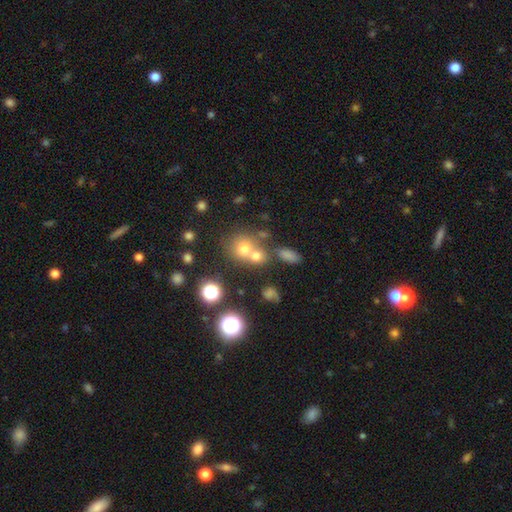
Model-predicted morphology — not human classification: This is likely a smooth galaxy (66%). How rounded: likely round (78%). Merging: marginally merger (44%, tied with none).